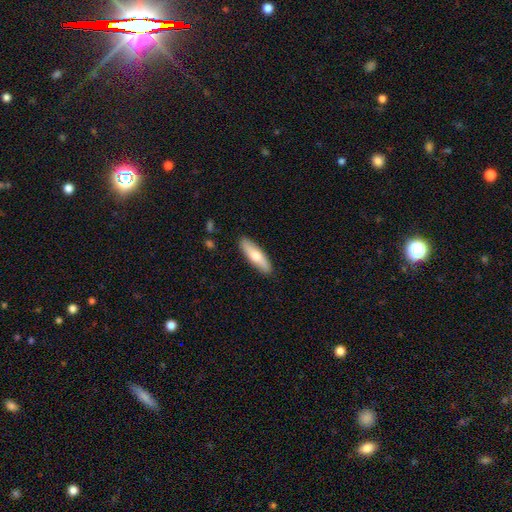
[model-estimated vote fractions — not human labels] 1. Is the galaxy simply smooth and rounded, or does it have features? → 66% smooth, 29% featured or disk, 5% star or artifact.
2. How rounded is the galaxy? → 65% cigar-shaped, 33% in between, 2% round.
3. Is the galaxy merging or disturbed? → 89% none, 8% minor disturbance, 2% major disturbance, 1% merger.